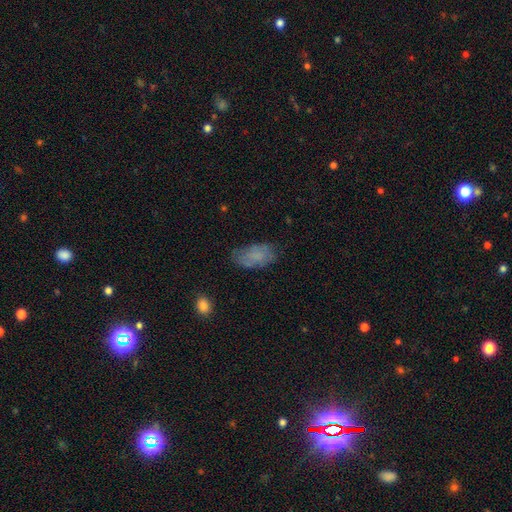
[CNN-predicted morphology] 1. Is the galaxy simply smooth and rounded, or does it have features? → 70% smooth, 20% featured or disk, 9% star or artifact.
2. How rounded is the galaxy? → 93% in between, 4% round, 3% cigar-shaped.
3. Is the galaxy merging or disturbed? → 65% none, 25% minor disturbance, 9% major disturbance, 2% merger.